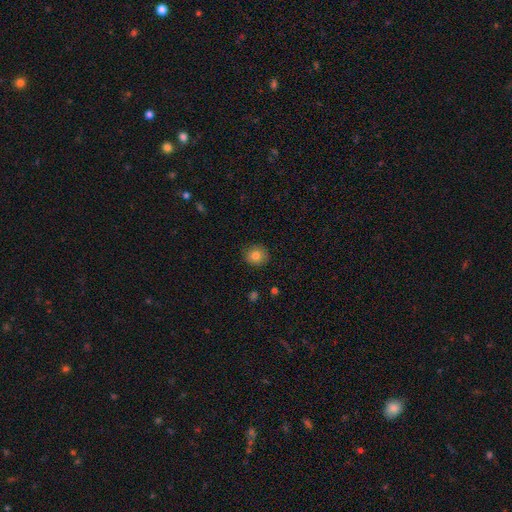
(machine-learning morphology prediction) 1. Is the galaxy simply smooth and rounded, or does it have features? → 83% smooth, 10% star or artifact, 7% featured or disk.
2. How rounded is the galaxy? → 86% round, 14% in between, 1% cigar-shaped.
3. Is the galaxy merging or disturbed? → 88% none, 9% minor disturbance, 2% major disturbance, 1% merger.